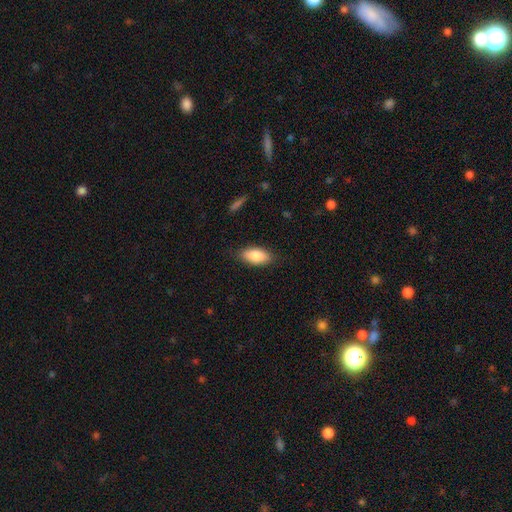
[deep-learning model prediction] Smooth or featured? Predicted: smooth (p=0.83). How rounded? Predicted: in between (p=0.88). Merging? Predicted: none (p=0.84).